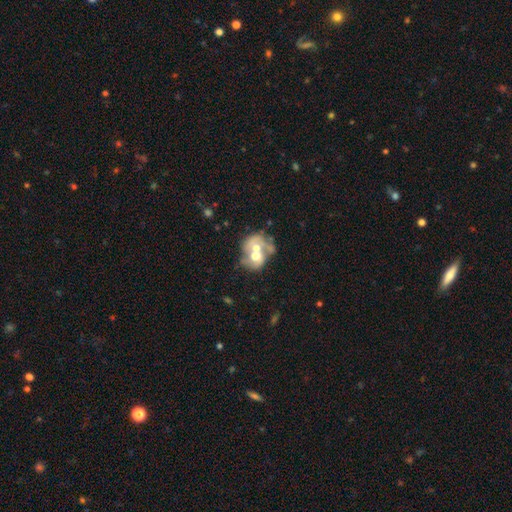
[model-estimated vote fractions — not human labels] Smooth or featured: featured or disk — 54% (smooth — 38%)
Edge-on disk: no — 97% (yes — 3%)
Bar: no — 83% (weak — 14%)
Spiral arms: no — 65% (yes — 35%)
Bulge size: moderate — 69% (large — 13%)
Merging: merger — 69% (none — 14%)